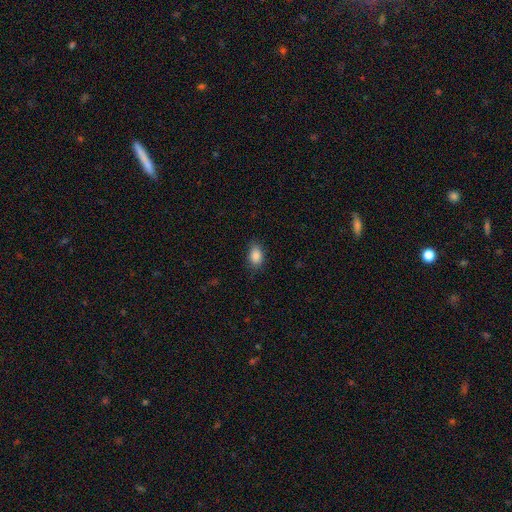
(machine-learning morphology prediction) The model was most divided on "merging": none: 79%, minor disturbance: 16%, major disturbance: 4%, merger: 1%. More confident: smooth or featured — smooth (87%); how rounded — in between (83%).